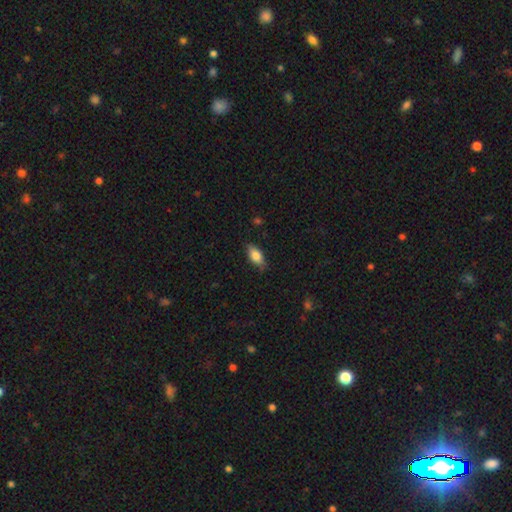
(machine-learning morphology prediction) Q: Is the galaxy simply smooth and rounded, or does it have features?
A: smooth — 77%.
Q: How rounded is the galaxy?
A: in between — 85%.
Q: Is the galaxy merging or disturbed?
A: none — 82%.